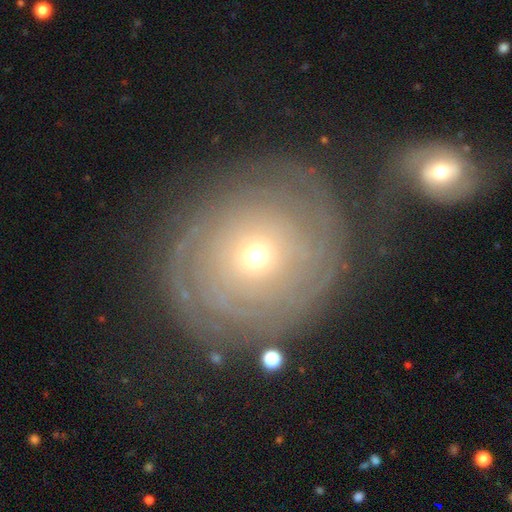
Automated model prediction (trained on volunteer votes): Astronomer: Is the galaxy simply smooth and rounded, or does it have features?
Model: featured or disk — 74%.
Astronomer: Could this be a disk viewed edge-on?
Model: no — 96%.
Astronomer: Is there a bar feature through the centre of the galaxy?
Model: no — 84%.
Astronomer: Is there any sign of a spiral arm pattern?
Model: yes — 85%.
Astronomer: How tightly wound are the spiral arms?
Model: tight — 83%.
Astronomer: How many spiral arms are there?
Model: can't tell — 43% (runner-up: 2, 19%).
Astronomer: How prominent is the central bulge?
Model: small — 65%.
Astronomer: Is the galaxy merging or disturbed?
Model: none — 72%.